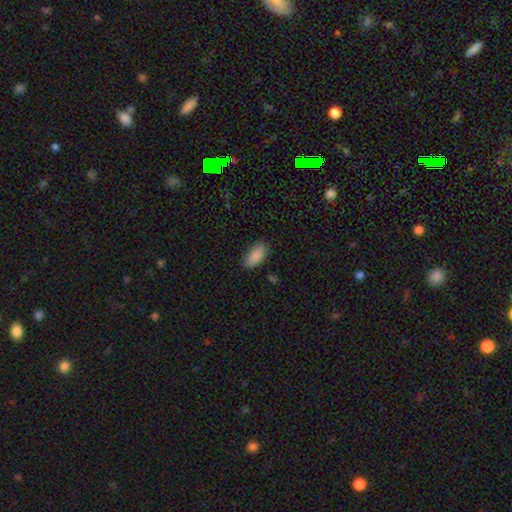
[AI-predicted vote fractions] smooth 88%, star or artifact 7%, featured or disk 4%. Down the decision tree: how rounded — in between (89%); merging — none (80%).